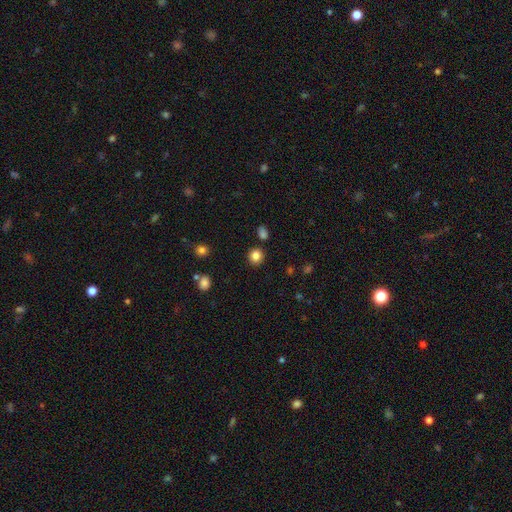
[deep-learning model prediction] Smooth or featured: smooth — 84% (star or artifact — 11%)
How rounded: round — 86% (in between — 13%)
Merging: none — 87% (minor disturbance — 7%)